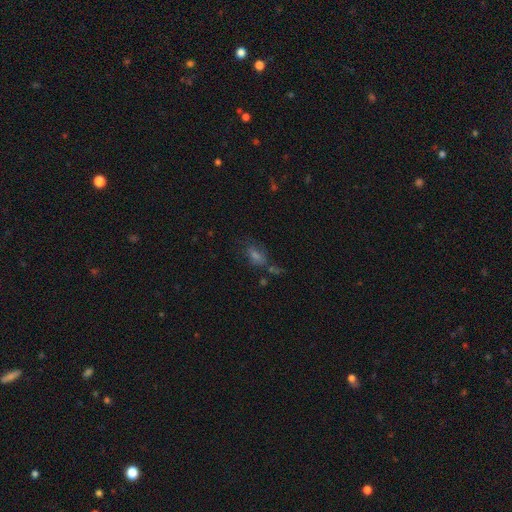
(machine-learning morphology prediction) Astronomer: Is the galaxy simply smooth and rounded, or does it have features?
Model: smooth — 41% (runner-up: star or artifact, 33%).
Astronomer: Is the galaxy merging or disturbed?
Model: none — 54%.